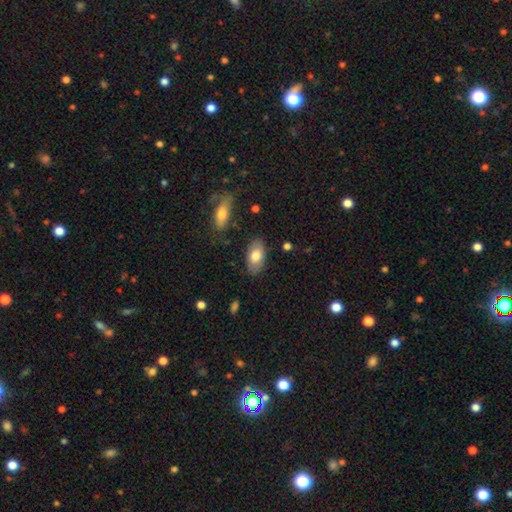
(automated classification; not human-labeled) Smooth or featured? smooth (76%)
How rounded? in between (93%)
Merging? none (83%)